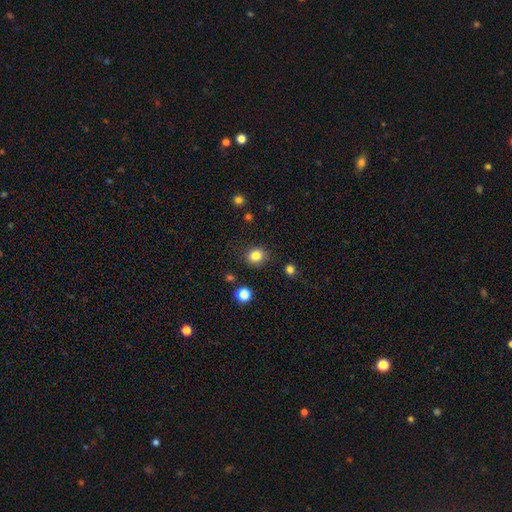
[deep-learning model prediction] This is clearly a smooth galaxy (82%). How rounded: likely round (76%). Merging: clearly none (88%).